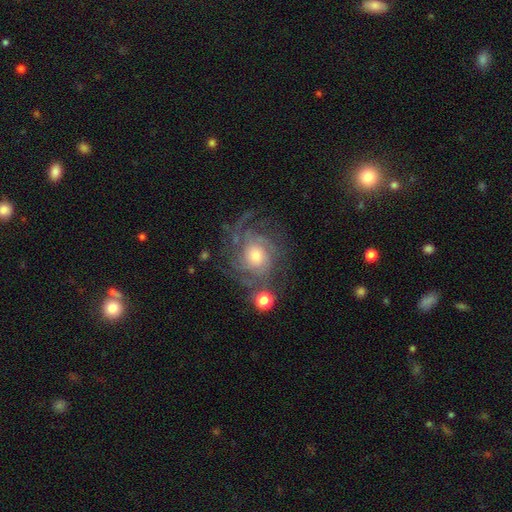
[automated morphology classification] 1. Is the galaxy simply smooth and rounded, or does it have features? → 84% featured or disk, 9% smooth, 8% star or artifact.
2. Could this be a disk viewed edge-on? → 98% no, 2% yes.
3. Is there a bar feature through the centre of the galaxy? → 77% no, 20% weak, 3% strong.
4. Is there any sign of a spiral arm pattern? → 96% yes, 4% no.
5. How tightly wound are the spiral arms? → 58% tight, 32% medium, 10% loose.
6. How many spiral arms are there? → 30% can't tell, 23% 4, 19% 3, 11% more than 4, 10% 2, 7% 1.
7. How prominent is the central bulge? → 58% moderate, 28% small, 10% large, 2% none, 1% dominant.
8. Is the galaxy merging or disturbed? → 65% none, 16% minor disturbance, 13% major disturbance, 5% merger.